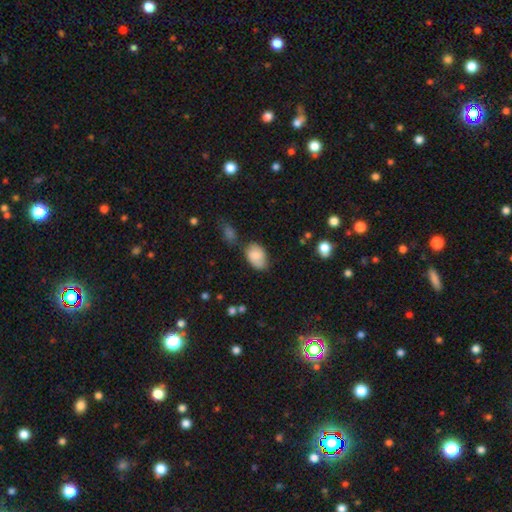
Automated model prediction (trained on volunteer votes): Smooth or featured? smooth (75%)
How rounded? in between (88%)
Merging? none (58%)